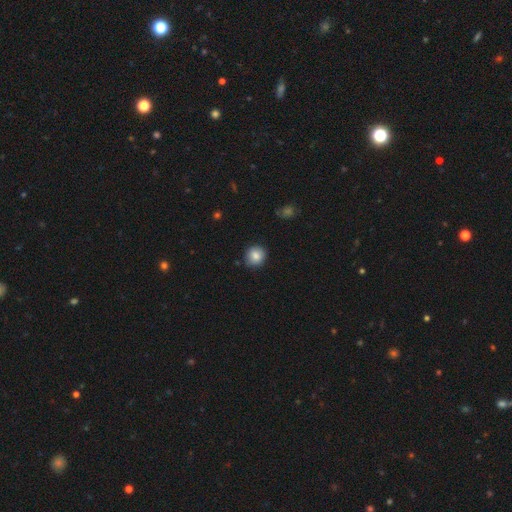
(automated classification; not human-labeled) smooth 85%, star or artifact 9%, featured or disk 7%. Down the decision tree: how rounded — round (88%); merging — none (87%).